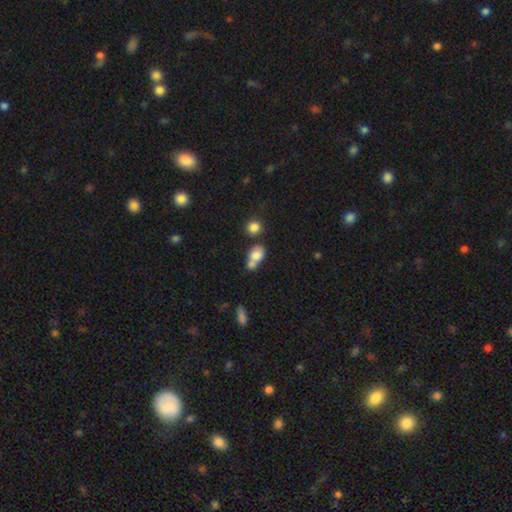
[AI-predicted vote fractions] A smooth galaxy with no disk features (78%) that is in between round and cigar-shaped (61%). Merging: merger (54%).